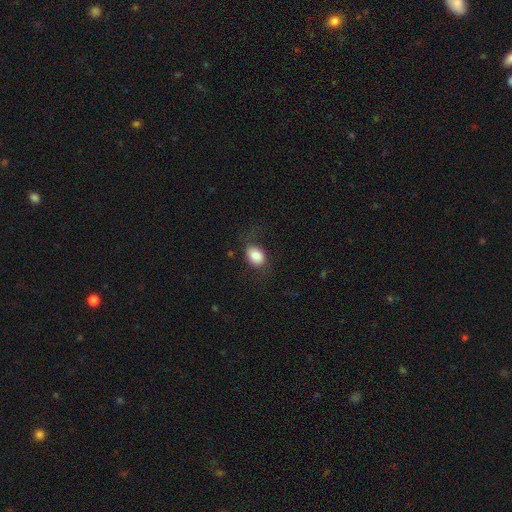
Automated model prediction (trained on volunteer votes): This appears to be a smooth galaxy with no disk features (82%) that is in between round and cigar-shaped (68%). Merging: none (68%).